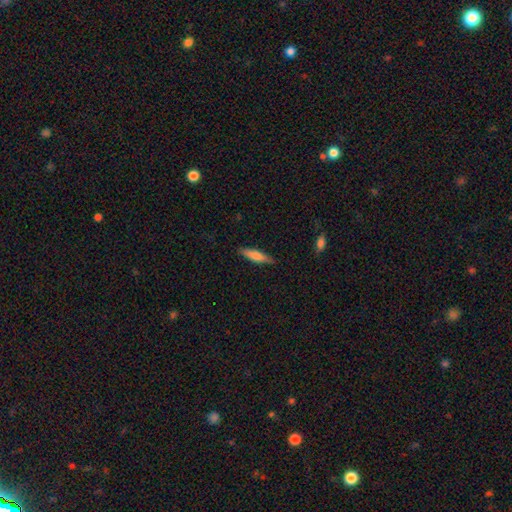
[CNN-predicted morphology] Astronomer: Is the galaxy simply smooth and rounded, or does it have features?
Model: smooth — 70%.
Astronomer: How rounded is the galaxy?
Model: cigar-shaped — 76%.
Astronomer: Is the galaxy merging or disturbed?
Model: none — 86%.